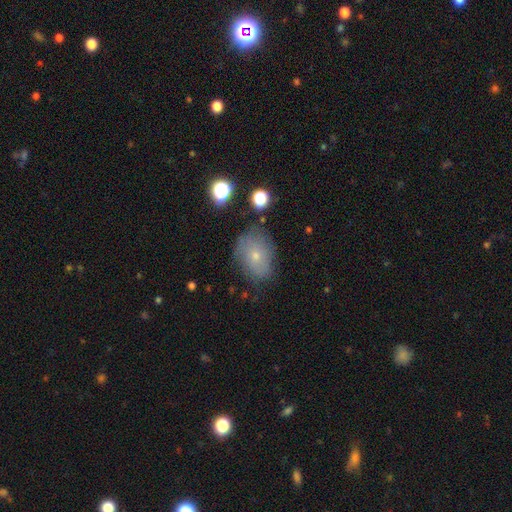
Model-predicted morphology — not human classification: Smooth or featured? smooth (54%)
How rounded? in between (63%)
Merging? none (67%)